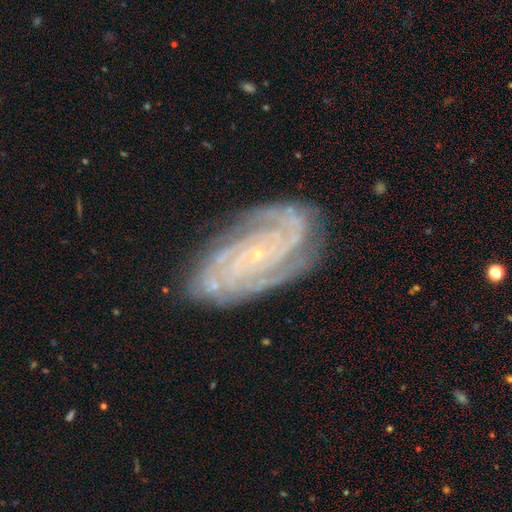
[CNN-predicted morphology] Smooth or featured? featured or disk (88%)
Edge-on disk? no (96%)
Bar? no (70%)
Spiral arms? yes (98%)
Spiral winding? tight (70%)
Spiral arm count? 3 (25%)
Bulge size? small (88%)
Merging? none (77%)